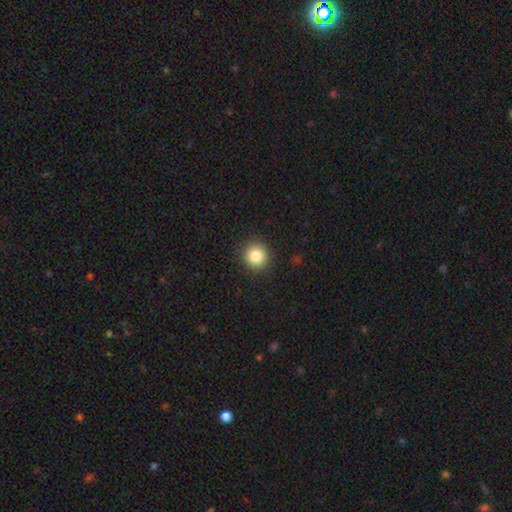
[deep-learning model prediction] smooth-or-featured: smooth: 84% | star or artifact: 10% | featured or disk: 6%
  how-rounded: round: 91% | in between: 8% | cigar-shaped: 1%
  merging: none: 91% | minor disturbance: 6% | major disturbance: 2% | merger: 1%